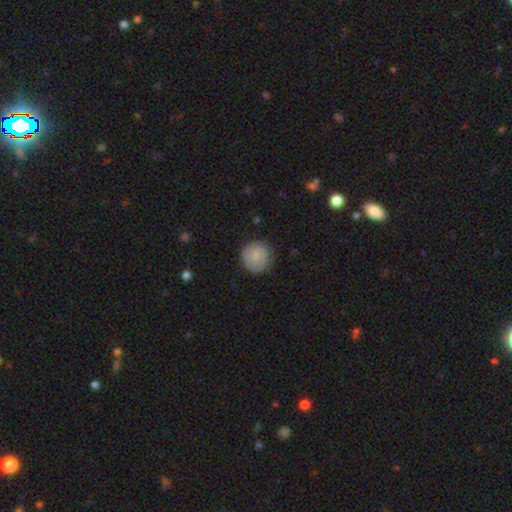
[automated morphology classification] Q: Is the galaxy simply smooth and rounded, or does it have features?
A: smooth — 77%.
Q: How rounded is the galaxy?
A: round — 94%.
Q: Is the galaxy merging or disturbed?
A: none — 83%.